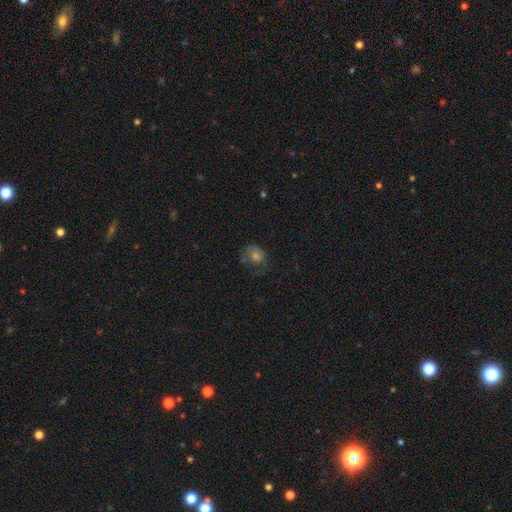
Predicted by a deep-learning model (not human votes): Smooth or featured?
  - smooth: 61% *
  - featured or disk: 21%
  - star or artifact: 18%
How rounded?
  - round: 60% *
  - in between: 39%
  - cigar-shaped: 1%
Merging?
  - none: 49% *
  - minor disturbance: 27%
  - major disturbance: 21%
  - merger: 3%